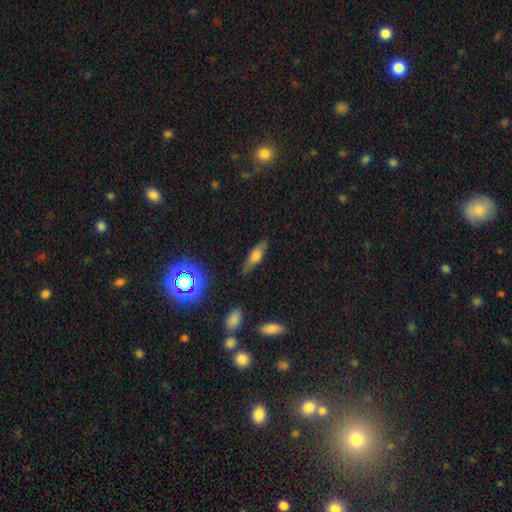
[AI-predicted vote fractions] Smooth or featured? Predicted: smooth (p=0.59). How rounded? Predicted: in between (p=0.52). Merging? Predicted: none (p=0.78).